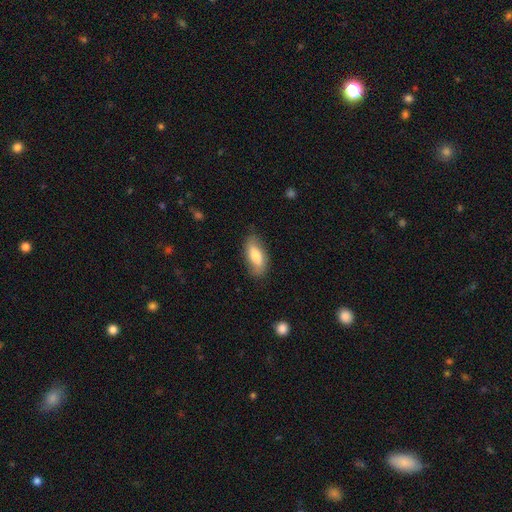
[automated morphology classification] A smooth galaxy with no disk features (73%) that is in between round and cigar-shaped (83%).

Vote fractions:
- Smooth or featured? smooth: 73% / featured or disk: 21% / star or artifact: 6%
- How rounded? in between: 83% / cigar-shaped: 14% / round: 3%
- Merging? none: 78% / minor disturbance: 17% / major disturbance: 4% / merger: 1%